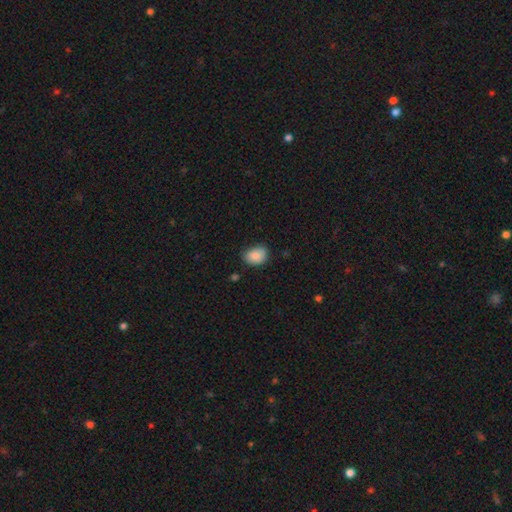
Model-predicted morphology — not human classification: Smooth or featured: smooth — 86% (star or artifact — 8%)
How rounded: in between — 67% (round — 32%)
Merging: none — 68% (minor disturbance — 26%)